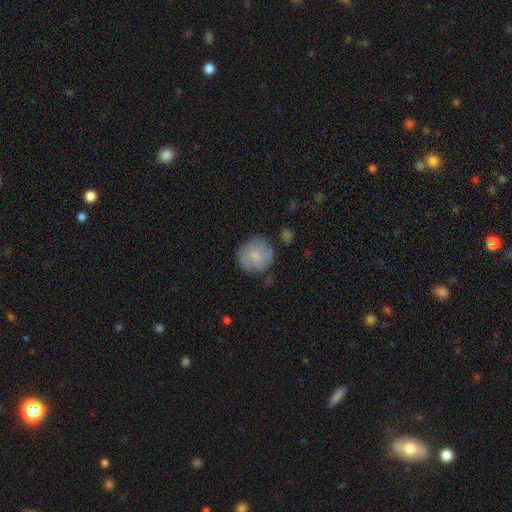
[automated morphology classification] smooth-or-featured: smooth: 74% | featured or disk: 19% | star or artifact: 7%
  how-rounded: round: 91% | in between: 8% | cigar-shaped: 1%
  merging: none: 71% | minor disturbance: 21% | major disturbance: 6% | merger: 3%